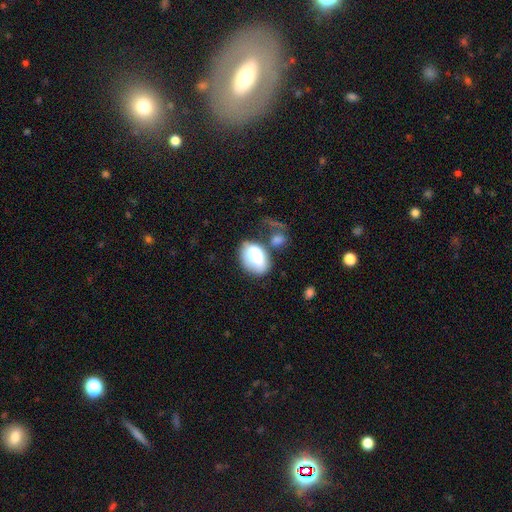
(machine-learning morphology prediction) The model was most divided on "merging": none: 38%, minor disturbance: 24%, major disturbance: 20%, merger: 19%. More confident: how rounded — in between (86%); smooth or featured — smooth (72%).